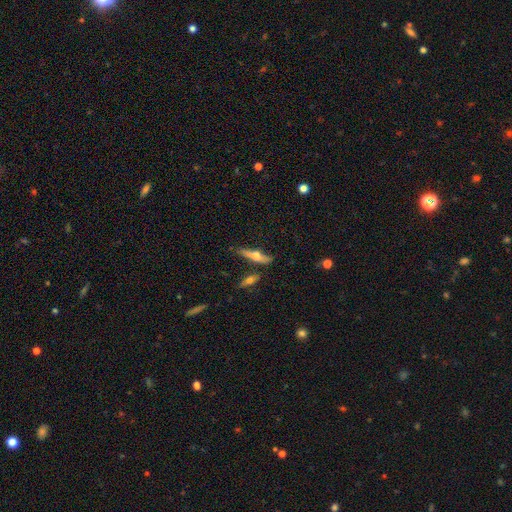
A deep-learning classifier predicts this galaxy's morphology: This appears to be a featured or disk galaxy (48%). Merging: none (65%).